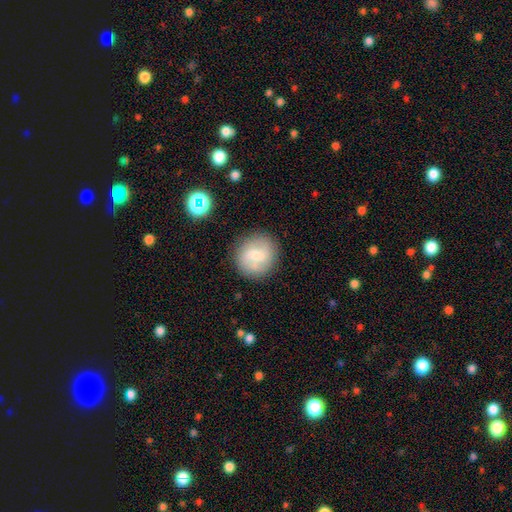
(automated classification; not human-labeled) Smooth or featured: smooth — 48% (featured or disk — 44%)
Merging: none — 81% (minor disturbance — 12%)